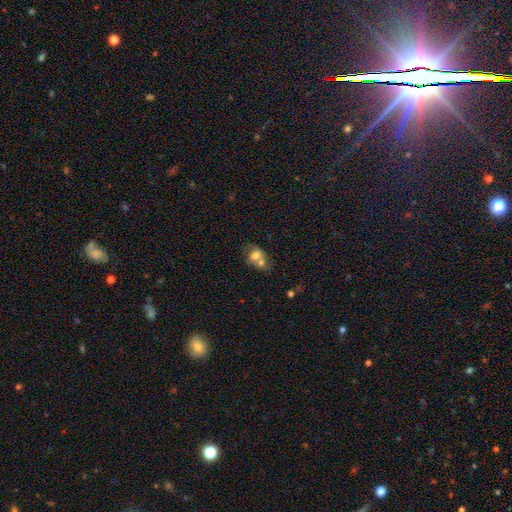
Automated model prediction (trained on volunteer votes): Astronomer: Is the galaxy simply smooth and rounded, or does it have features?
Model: smooth — 60%.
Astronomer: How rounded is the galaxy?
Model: in between — 54% (runner-up: round, 45%).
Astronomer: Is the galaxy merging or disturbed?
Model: merger — 60%.